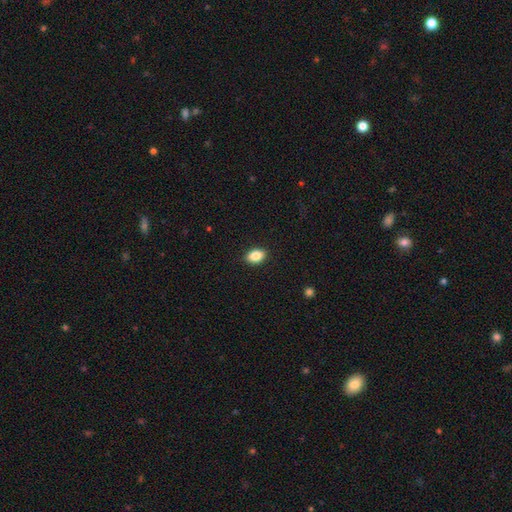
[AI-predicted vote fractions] Smooth or featured: smooth — 86% (star or artifact — 8%)
How rounded: in between — 84% (round — 14%)
Merging: none — 90% (minor disturbance — 7%)